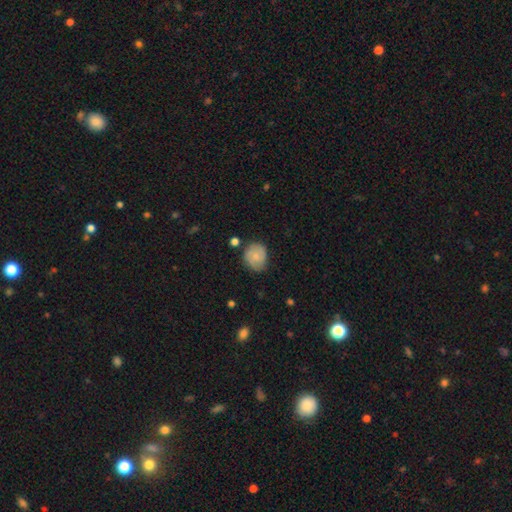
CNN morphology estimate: Q: Smooth or featured?
A: smooth (60%); runner-up: featured or disk (32%)
Q: How rounded?
A: round (69%); runner-up: in between (30%)
Q: Merging?
A: none (65%); runner-up: minor disturbance (26%)